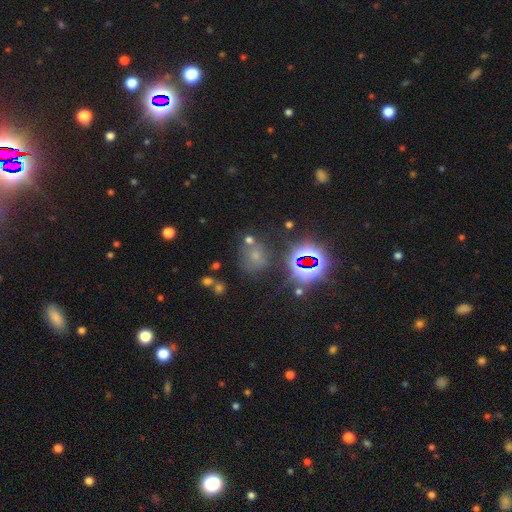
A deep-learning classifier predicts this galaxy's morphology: Smooth or featured?
  - smooth: 49% *
  - star or artifact: 37%
  - featured or disk: 13%
Merging?
  - none: 55% *
  - minor disturbance: 18%
  - merger: 16%
  - major disturbance: 10%